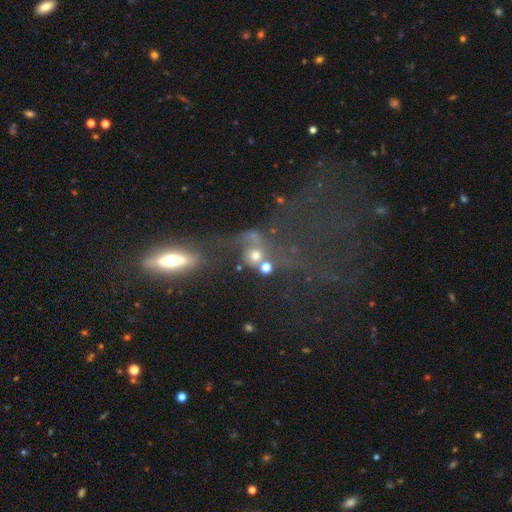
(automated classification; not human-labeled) The model was most divided on "merging": merger: 41%, none: 30%, major disturbance: 19%, minor disturbance: 11%. Remaining: smooth or featured — smooth (49%).